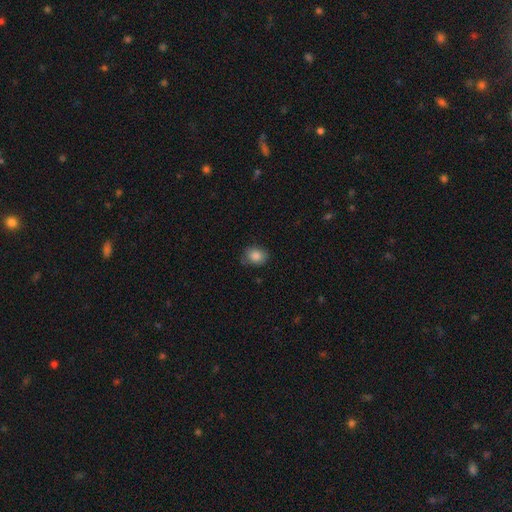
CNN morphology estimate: smooth_or_featured: smooth (p=0.86) [alt: star or artifact p=0.09]
how_rounded: round (p=0.51) [alt: in between p=0.48]
merging: none (p=0.75) [alt: minor disturbance p=0.20]